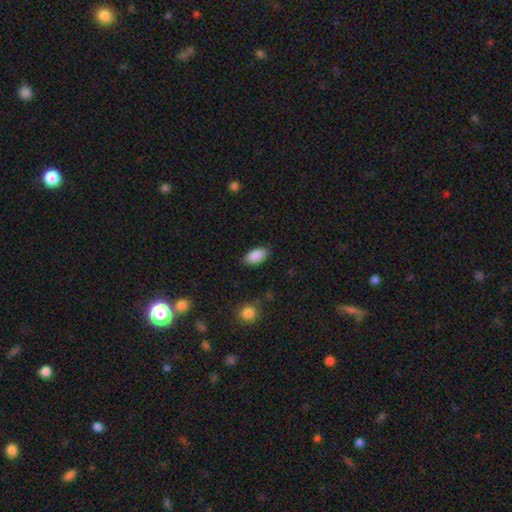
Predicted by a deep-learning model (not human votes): A smooth galaxy with no disk features (89%) that is in between round and cigar-shaped (93%).

Vote fractions:
- Smooth or featured? smooth: 89% / star or artifact: 7% / featured or disk: 4%
- How rounded? in between: 93% / round: 4% / cigar-shaped: 3%
- Merging? none: 83% / minor disturbance: 13% / major disturbance: 3% / merger: 1%